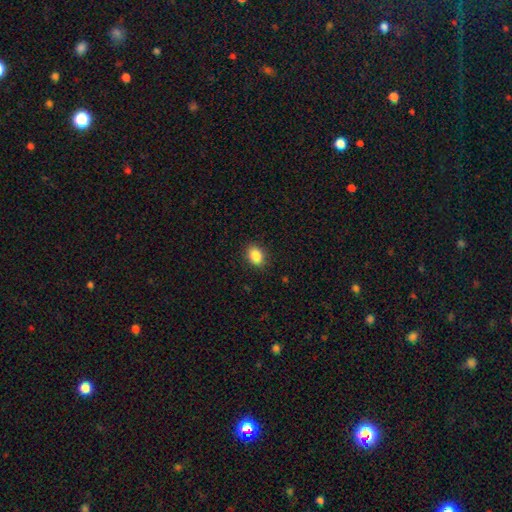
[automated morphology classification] This is clearly a smooth galaxy (87%). How rounded: likely in between (72%). Merging: clearly none (88%).